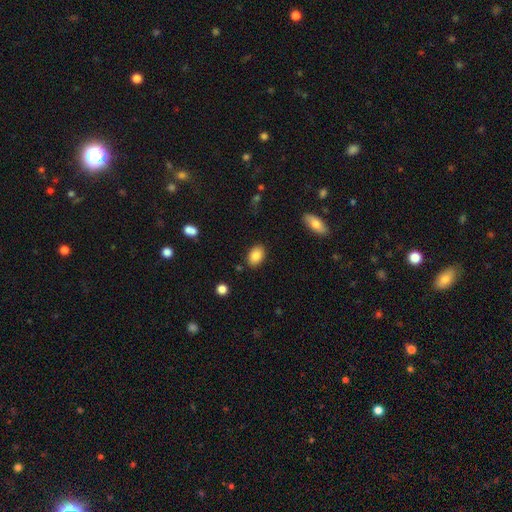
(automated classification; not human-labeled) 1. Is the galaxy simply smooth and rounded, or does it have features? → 87% smooth, 8% star or artifact, 5% featured or disk.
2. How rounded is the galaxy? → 86% in between, 13% round, 1% cigar-shaped.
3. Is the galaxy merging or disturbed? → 85% none, 10% minor disturbance, 3% major disturbance, 2% merger.